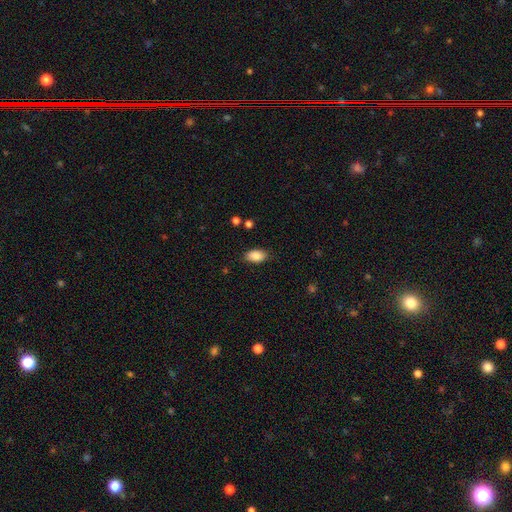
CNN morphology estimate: smooth-or-featured: smooth: 86% | star or artifact: 8% | featured or disk: 6%
  how-rounded: in between: 92% | round: 5% | cigar-shaped: 3%
  merging: none: 84% | minor disturbance: 12% | major disturbance: 3% | merger: 1%